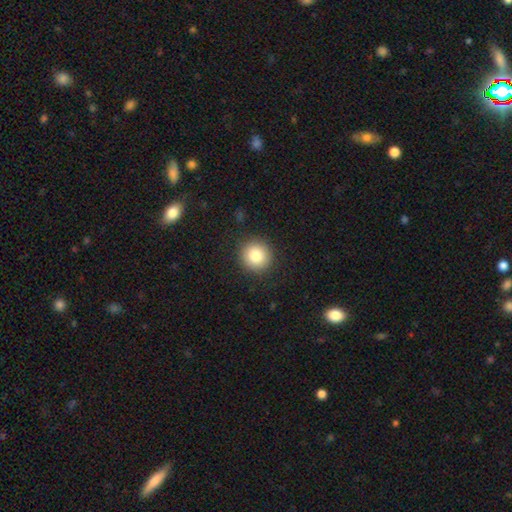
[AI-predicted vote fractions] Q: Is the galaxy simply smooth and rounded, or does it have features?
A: smooth — 83%.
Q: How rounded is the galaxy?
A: round — 93%.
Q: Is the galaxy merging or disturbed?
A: none — 91%.